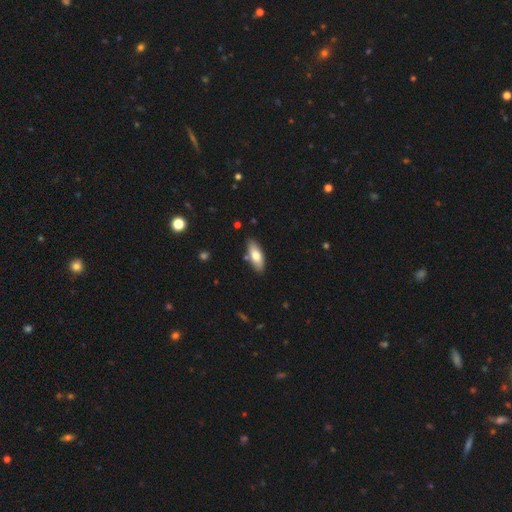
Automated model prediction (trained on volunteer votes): Morphology: type=smooth (73%); roundness=in between (75%); merging=none (84%).